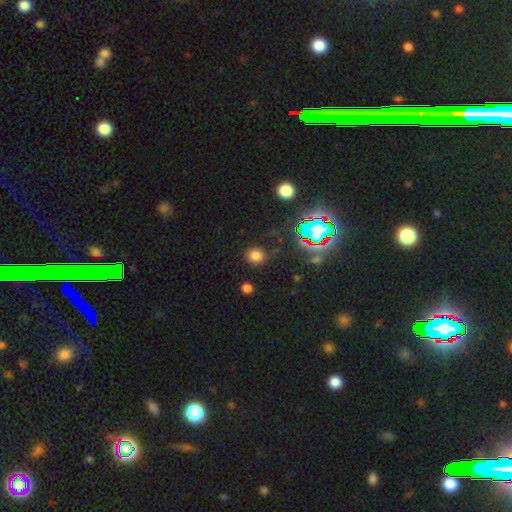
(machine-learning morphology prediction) This appears to be a smooth galaxy with no disk features (72%) that is round (86%). Merging: none (86%).